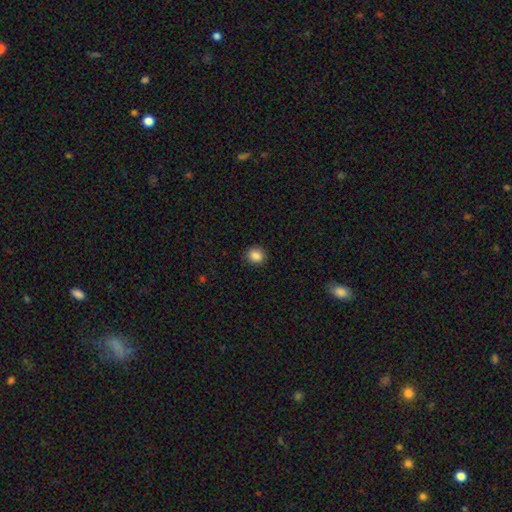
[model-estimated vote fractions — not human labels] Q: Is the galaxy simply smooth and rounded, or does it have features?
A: smooth — 87%.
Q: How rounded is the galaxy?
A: round — 80%.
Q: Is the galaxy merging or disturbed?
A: none — 90%.